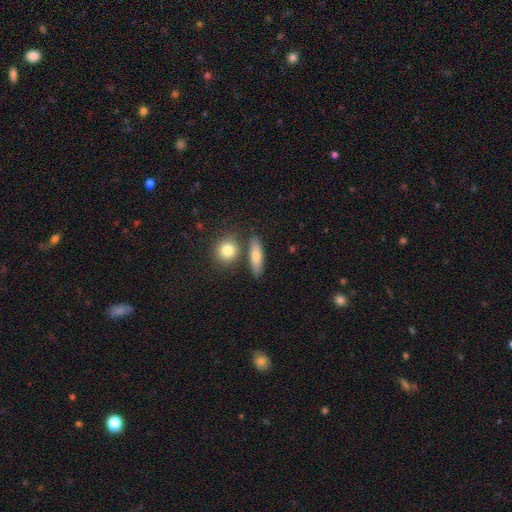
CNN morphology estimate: Q: Smooth or featured?
A: smooth (73%); runner-up: featured or disk (19%)
Q: How rounded?
A: cigar-shaped (43%); runner-up: in between (40%)
Q: Merging?
A: none (75%); runner-up: merger (12%)